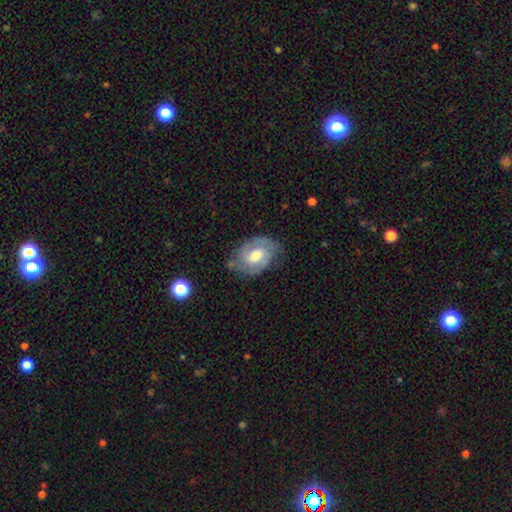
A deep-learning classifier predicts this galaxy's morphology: A featured or disk galaxy (69%) with a weak bar (50%), 2 (69%) tight (49%) spiral arms (86%) and a moderate central bulge (65%). Merging: none (66%).